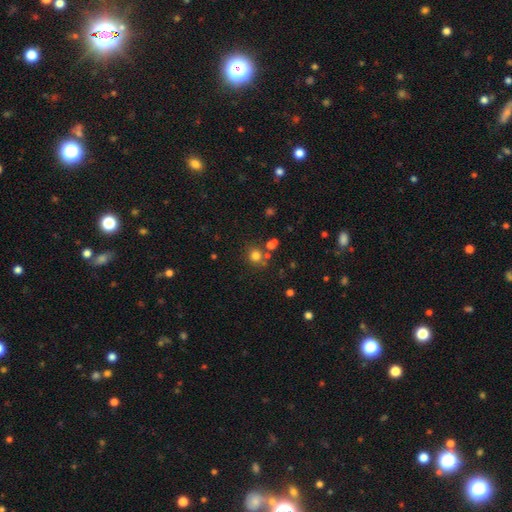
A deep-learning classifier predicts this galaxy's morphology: Smooth or featured?
  - smooth: 76% *
  - star or artifact: 17%
  - featured or disk: 8%
How rounded?
  - round: 86% *
  - in between: 13%
  - cigar-shaped: 1%
Merging?
  - none: 69% *
  - merger: 17%
  - minor disturbance: 10%
  - major disturbance: 4%